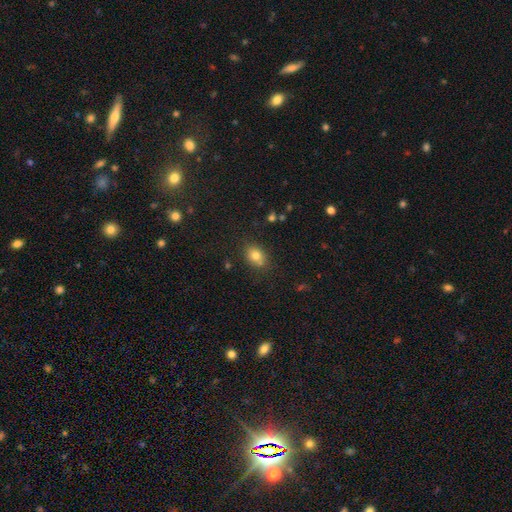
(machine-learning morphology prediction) The model was most divided on "how rounded": in between: 63%, round: 35%, cigar-shaped: 2%. More confident: smooth or featured — smooth (78%); merging — none (73%).